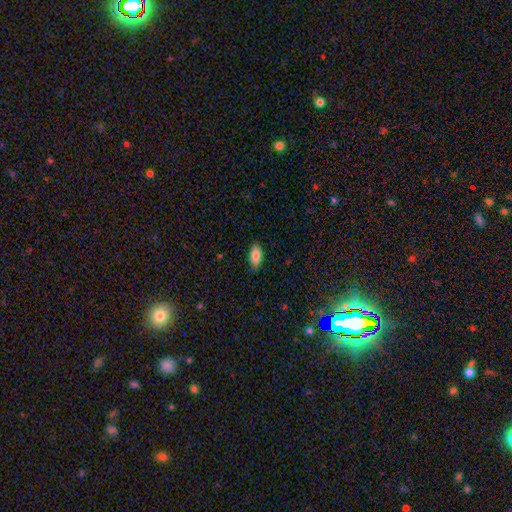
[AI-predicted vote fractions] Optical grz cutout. It shows a smooth galaxy with no disk features (87%) that is in between round and cigar-shaped (90%). Merging: none (85%).